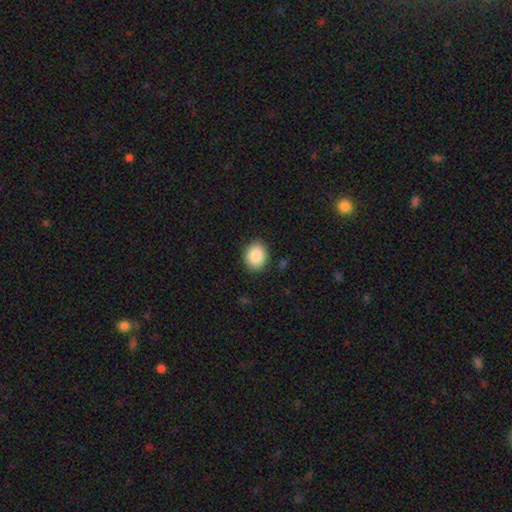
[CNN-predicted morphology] smooth-or-featured: smooth: 87% | star or artifact: 8% | featured or disk: 6%
  how-rounded: in between: 50% | round: 49% | cigar-shaped: 1%
  merging: none: 87% | minor disturbance: 9% | major disturbance: 2% | merger: 1%